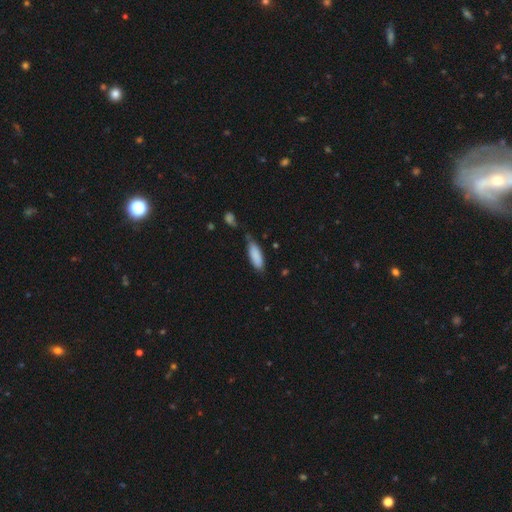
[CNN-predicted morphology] A smooth galaxy with no disk features (87%) that is in between round and cigar-shaped (62%).

Vote fractions:
- Smooth or featured? smooth: 87% / featured or disk: 7% / star or artifact: 6%
- How rounded? in between: 62% / cigar-shaped: 36% / round: 2%
- Merging? none: 58% / minor disturbance: 27% / merger: 8% / major disturbance: 7%